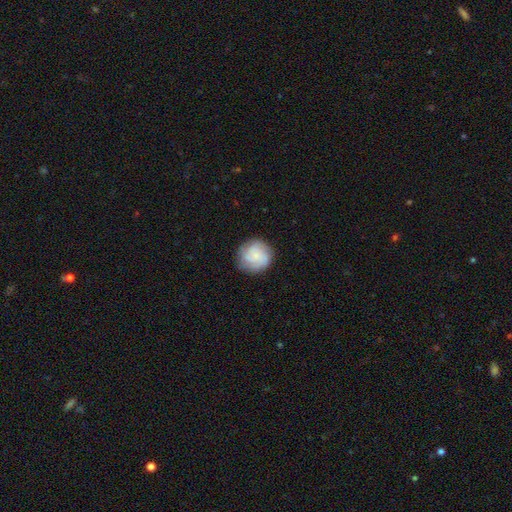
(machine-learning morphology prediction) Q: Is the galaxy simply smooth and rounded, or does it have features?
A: featured or disk — 48%.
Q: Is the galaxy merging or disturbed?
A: none — 81%.